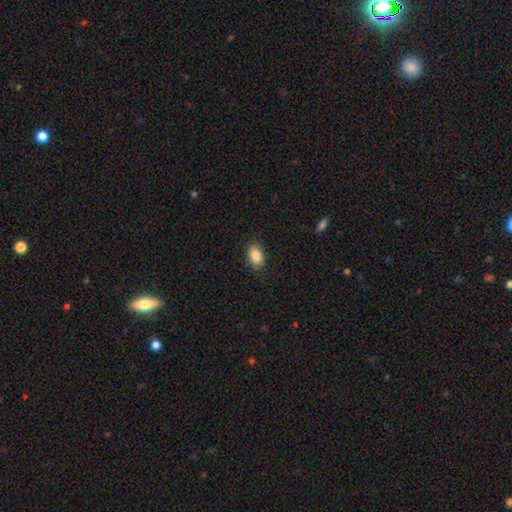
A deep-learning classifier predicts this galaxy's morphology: Smooth or featured: smooth — 87% (star or artifact — 8%)
How rounded: in between — 87% (round — 12%)
Merging: none — 88% (minor disturbance — 9%)